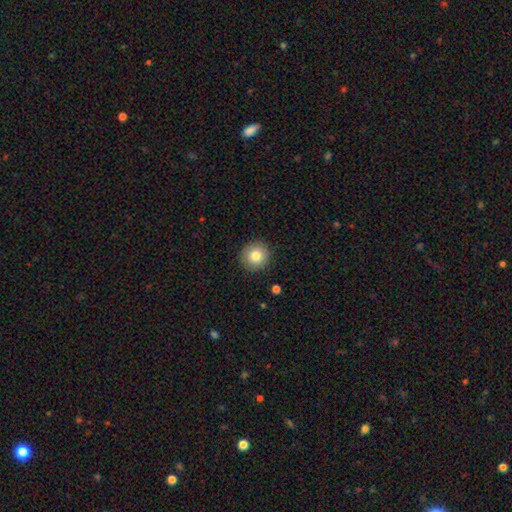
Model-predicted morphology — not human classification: A smooth galaxy with no disk features (82%) that is round (93%).

Vote fractions:
- Smooth or featured? smooth: 82% / star or artifact: 9% / featured or disk: 9%
- How rounded? round: 93% / in between: 6% / cigar-shaped: 1%
- Merging? none: 90% / minor disturbance: 6% / major disturbance: 2% / merger: 1%